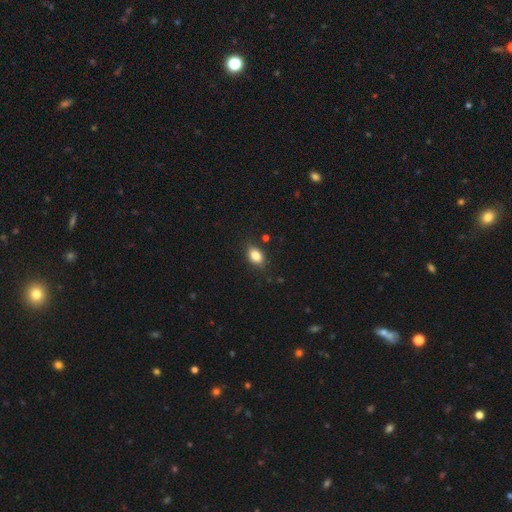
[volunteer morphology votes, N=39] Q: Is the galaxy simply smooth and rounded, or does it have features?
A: smooth — 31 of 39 (79%).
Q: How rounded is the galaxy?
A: in between — 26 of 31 (84%).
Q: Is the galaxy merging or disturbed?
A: none — 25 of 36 (69%).